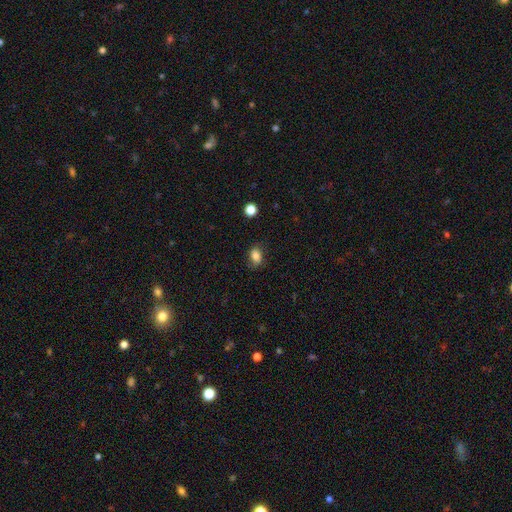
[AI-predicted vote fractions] A smooth galaxy with no disk features (83%) that is in between round and cigar-shaped (76%).

Vote fractions:
- Smooth or featured? smooth: 83% / star or artifact: 10% / featured or disk: 7%
- How rounded? in between: 76% / round: 23% / cigar-shaped: 1%
- Merging? none: 76% / minor disturbance: 18% / major disturbance: 5% / merger: 1%